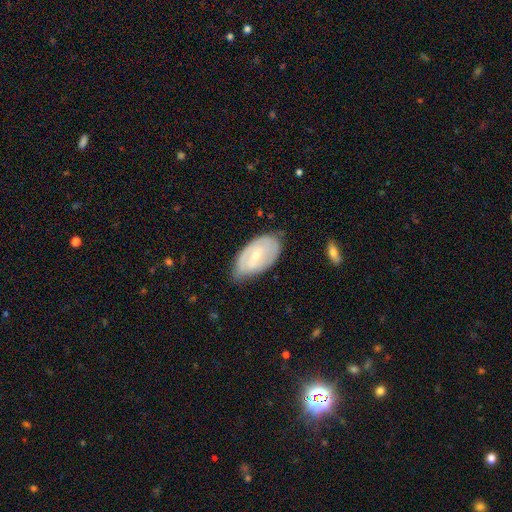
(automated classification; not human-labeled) Smooth or featured? Predicted: featured or disk (p=0.63). Edge-on disk? Predicted: no (p=0.93). Bar? Predicted: weak (p=0.46). Spiral arms? Predicted: yes (p=0.71). Bulge size? Predicted: small (p=0.62). Merging? Predicted: none (p=0.65).